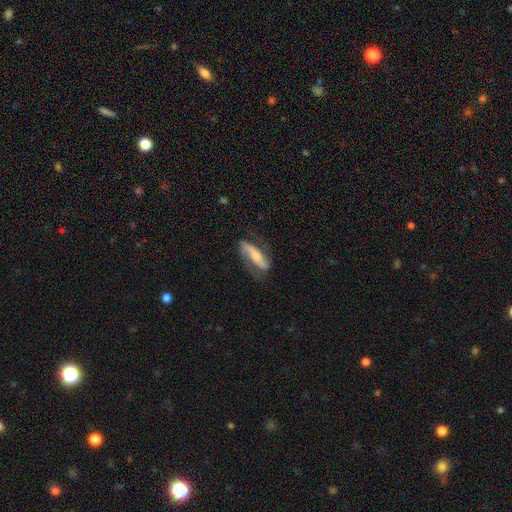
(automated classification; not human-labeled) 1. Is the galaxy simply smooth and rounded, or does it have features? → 74% featured or disk, 21% smooth, 6% star or artifact.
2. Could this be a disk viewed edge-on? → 84% no, 16% yes.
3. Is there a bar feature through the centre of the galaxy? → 47% strong, 29% no, 24% weak.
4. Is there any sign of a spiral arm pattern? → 91% yes, 9% no.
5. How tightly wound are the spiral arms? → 45% loose, 37% medium, 18% tight.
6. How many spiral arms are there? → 88% 2, 5% can't tell, 5% 1, 1% 3, 1% 4, 1% more than 4.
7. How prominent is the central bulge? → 45% moderate, 44% small, 6% large, 4% none, 2% dominant.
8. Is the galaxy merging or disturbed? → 70% none, 19% minor disturbance, 9% major disturbance, 2% merger.